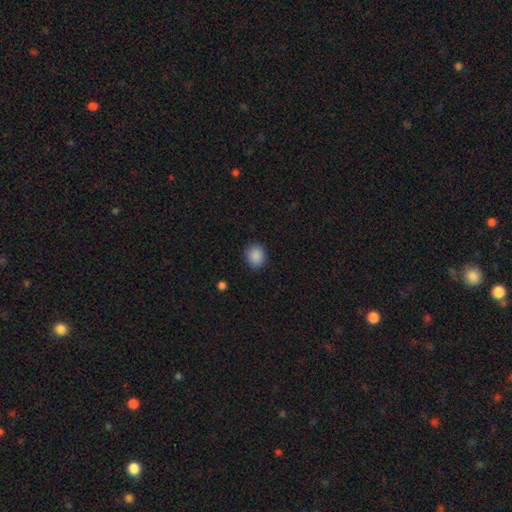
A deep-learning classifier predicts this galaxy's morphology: smooth-or-featured: smooth: 88% | star or artifact: 9% | featured or disk: 3%
  how-rounded: round: 74% | in between: 25% | cigar-shaped: 1%
  merging: none: 87% | minor disturbance: 9% | major disturbance: 2% | merger: 1%